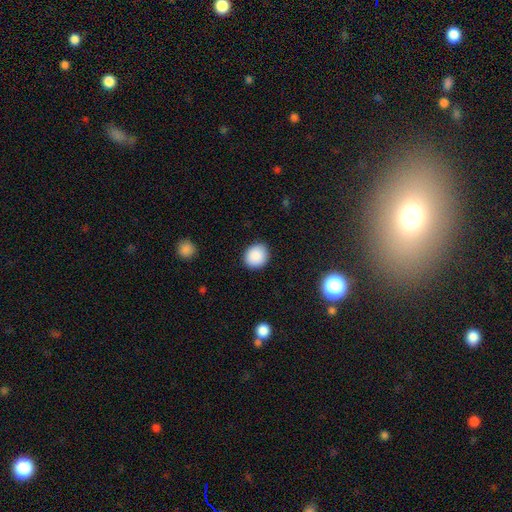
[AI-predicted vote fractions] Smooth or featured: smooth — 88% (star or artifact — 8%)
How rounded: round — 78% (in between — 21%)
Merging: none — 89% (minor disturbance — 7%)